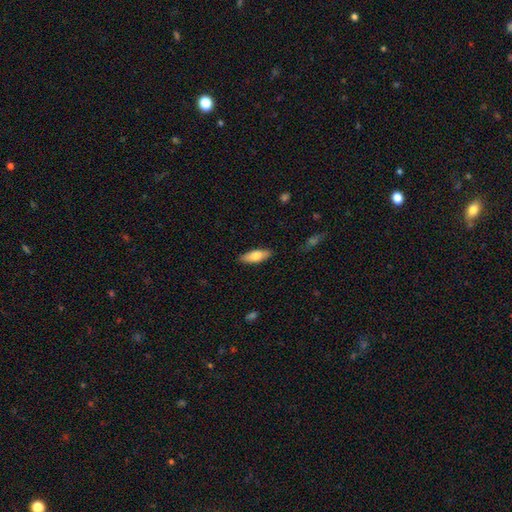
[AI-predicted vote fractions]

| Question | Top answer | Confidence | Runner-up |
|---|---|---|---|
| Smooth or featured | smooth | 74% | featured or disk (20%) |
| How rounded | in between | 65% | cigar-shaped (33%) |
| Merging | none | 87% | minor disturbance (10%) |